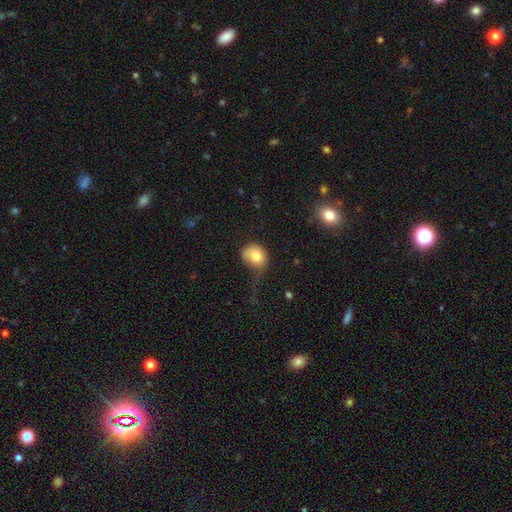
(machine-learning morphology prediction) smooth 79%, featured or disk 13%, star or artifact 8%. Down the decision tree: how rounded — round (61%); merging — major disturbance (37%).